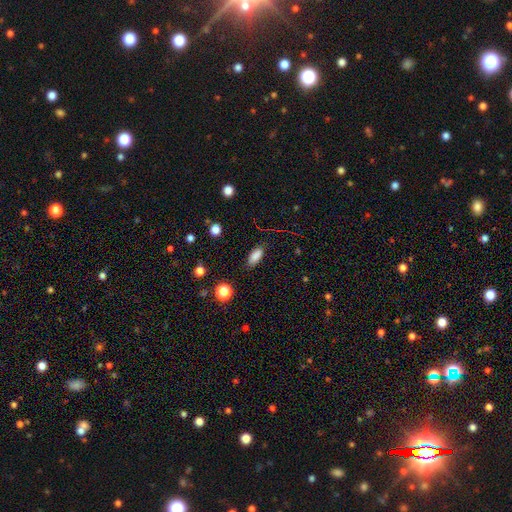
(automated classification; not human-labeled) Smooth or featured: smooth — 85% (star or artifact — 10%)
How rounded: in between — 81% (cigar-shaped — 15%)
Merging: none — 84% (minor disturbance — 11%)